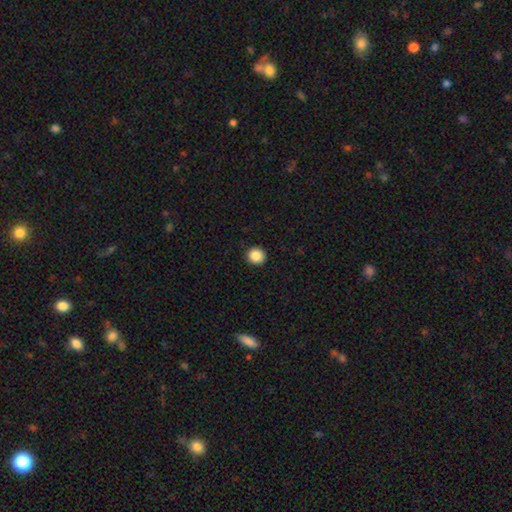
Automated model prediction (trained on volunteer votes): A smooth galaxy with no disk features (87%) that is round (90%). Merging: none (93%).